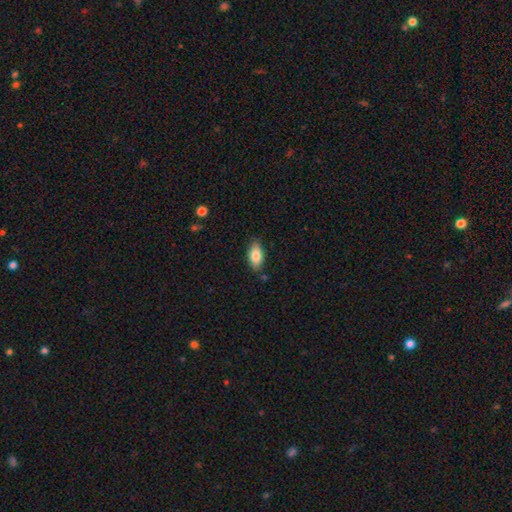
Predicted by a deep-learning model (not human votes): The model was most divided on "smooth or featured": smooth: 81%, featured or disk: 12%, star or artifact: 7%. More confident: how rounded — in between (89%); merging — none (83%).